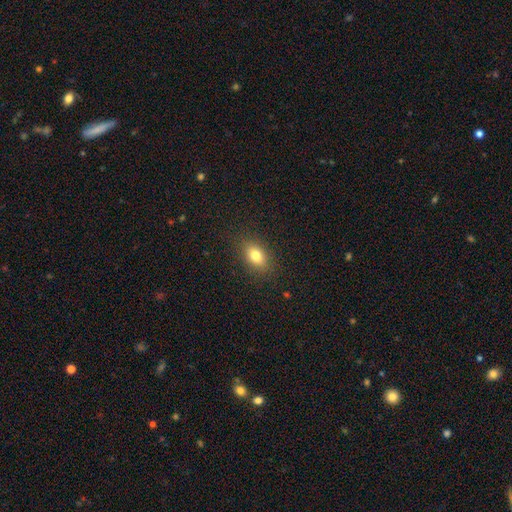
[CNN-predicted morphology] This is clearly a smooth galaxy (81%). How rounded: clearly in between (83%). Merging: clearly none (87%).